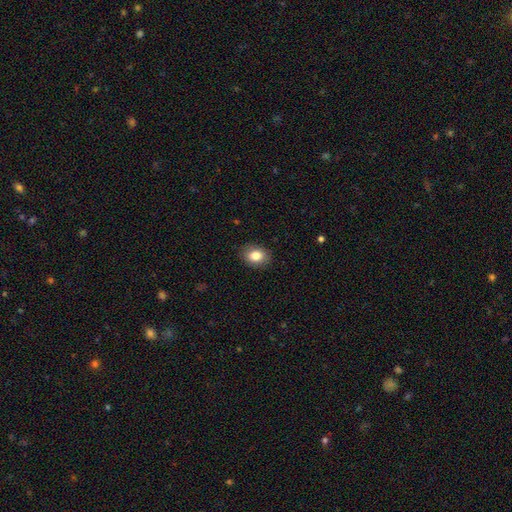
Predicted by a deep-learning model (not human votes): Smooth or featured: smooth — 84% (star or artifact — 8%)
How rounded: in between — 69% (round — 30%)
Merging: none — 88% (minor disturbance — 9%)